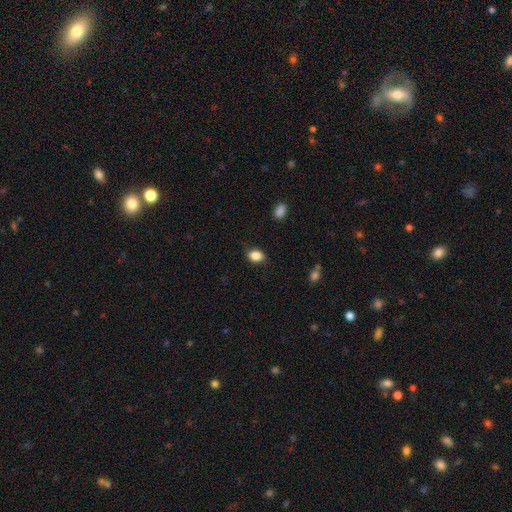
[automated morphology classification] Smooth or featured?
  - smooth: 87% *
  - star or artifact: 9%
  - featured or disk: 5%
How rounded?
  - in between: 73% *
  - round: 26%
  - cigar-shaped: 1%
Merging?
  - none: 82% *
  - minor disturbance: 13%
  - major disturbance: 3%
  - merger: 1%